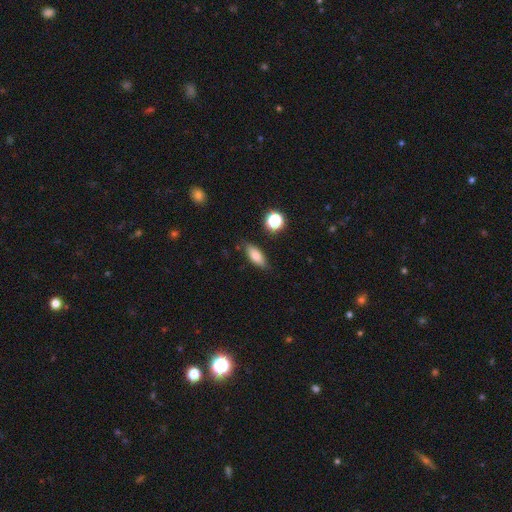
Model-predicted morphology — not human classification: A smooth galaxy with no disk features (78%) that is in between round and cigar-shaped (77%). Merging: none (80%).